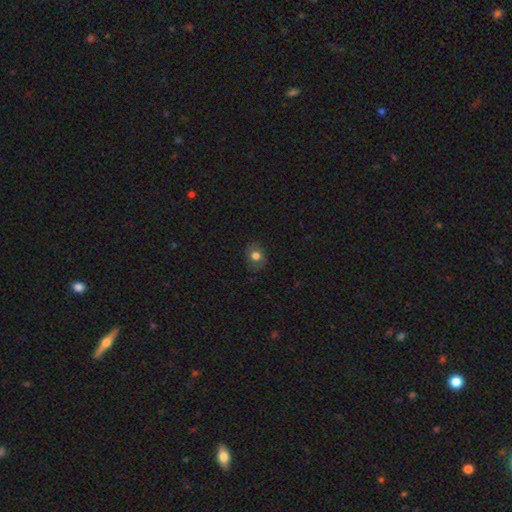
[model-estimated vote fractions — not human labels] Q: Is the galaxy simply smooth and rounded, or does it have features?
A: smooth — 72%.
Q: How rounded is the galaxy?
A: round — 65%.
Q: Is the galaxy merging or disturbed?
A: none — 79%.